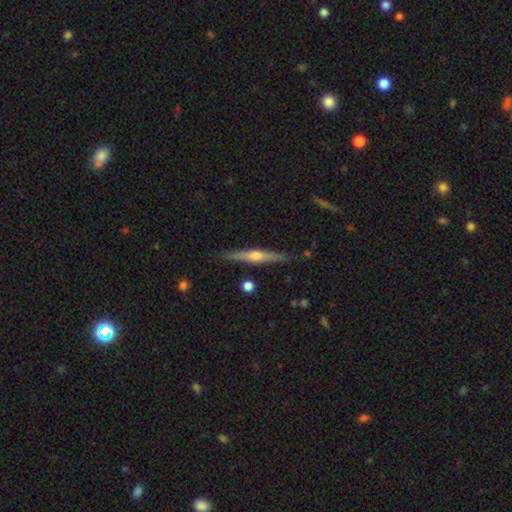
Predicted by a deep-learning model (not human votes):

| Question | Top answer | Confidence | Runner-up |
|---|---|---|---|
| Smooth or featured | featured or disk | 77% | smooth (17%) |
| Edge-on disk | yes | 98% | no (2%) |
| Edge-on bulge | rounded | 89% | none (6%) |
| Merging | none | 89% | minor disturbance (8%) |